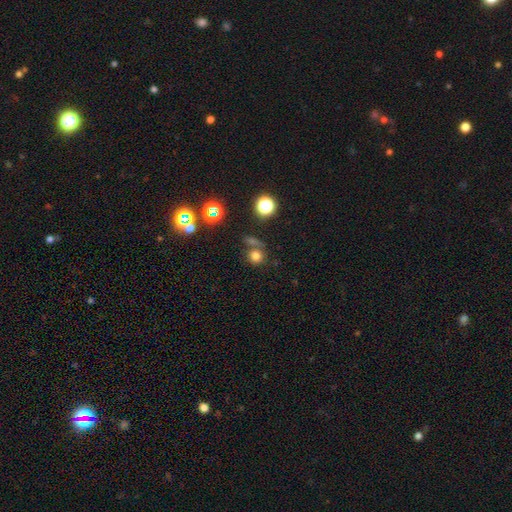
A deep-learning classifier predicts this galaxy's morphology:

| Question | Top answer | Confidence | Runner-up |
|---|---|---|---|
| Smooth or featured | smooth | 72% | star or artifact (20%) |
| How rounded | round | 84% | in between (15%) |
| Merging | none | 59% | merger (23%) |